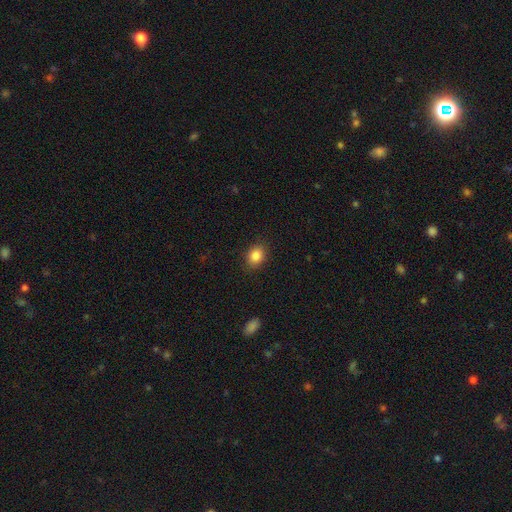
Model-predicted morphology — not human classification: Q: Smooth or featured?
A: smooth (85%); runner-up: star or artifact (10%)
Q: How rounded?
A: in between (54%); runner-up: round (44%)
Q: Merging?
A: none (87%); runner-up: minor disturbance (9%)